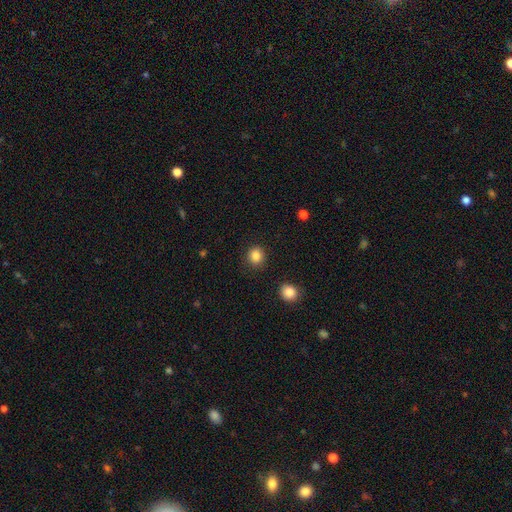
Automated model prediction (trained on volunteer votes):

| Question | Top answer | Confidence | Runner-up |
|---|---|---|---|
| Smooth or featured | smooth | 86% | star or artifact (10%) |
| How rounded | round | 84% | in between (15%) |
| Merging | none | 88% | minor disturbance (7%) |